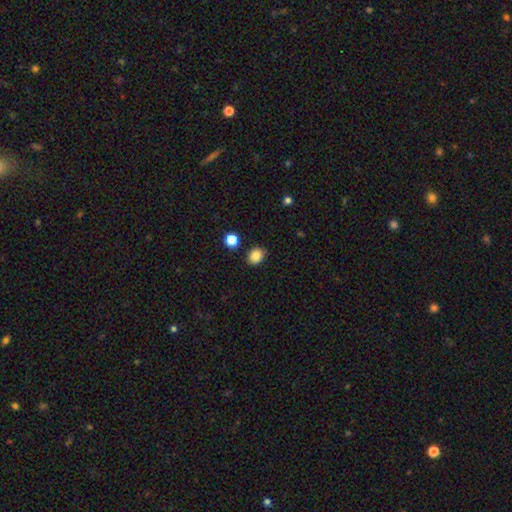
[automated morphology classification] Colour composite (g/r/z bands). It shows a smooth galaxy with no disk features (85%) that is round (55%). Merging: none (84%).